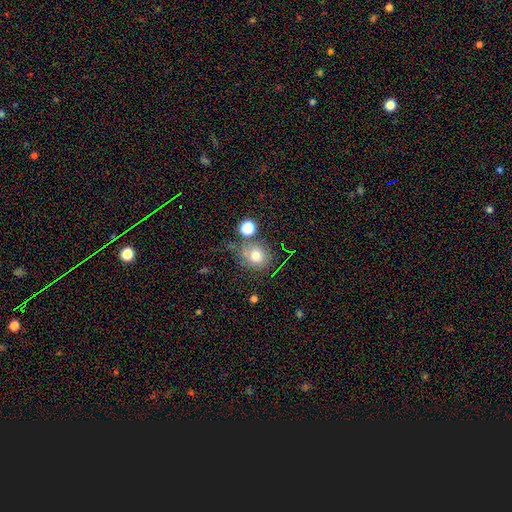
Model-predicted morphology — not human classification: Smooth or featured? smooth (72%)
How rounded? round (74%)
Merging? none (62%)